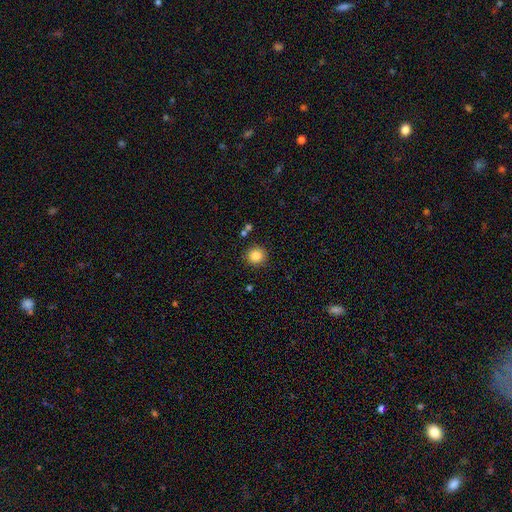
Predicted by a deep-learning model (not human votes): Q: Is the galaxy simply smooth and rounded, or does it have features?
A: smooth — 85%.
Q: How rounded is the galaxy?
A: round — 93%.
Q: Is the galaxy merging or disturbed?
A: none — 88%.